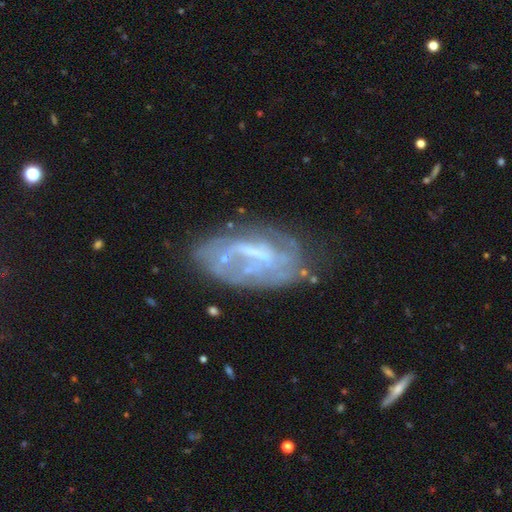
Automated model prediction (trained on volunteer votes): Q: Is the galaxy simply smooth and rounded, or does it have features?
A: featured or disk — 69%.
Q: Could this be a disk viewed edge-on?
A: no — 94%.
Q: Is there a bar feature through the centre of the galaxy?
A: weak — 39%, tied with no.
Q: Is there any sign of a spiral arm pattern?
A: no — 52%.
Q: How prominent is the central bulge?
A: none — 47%.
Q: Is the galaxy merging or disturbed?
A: none — 49%.